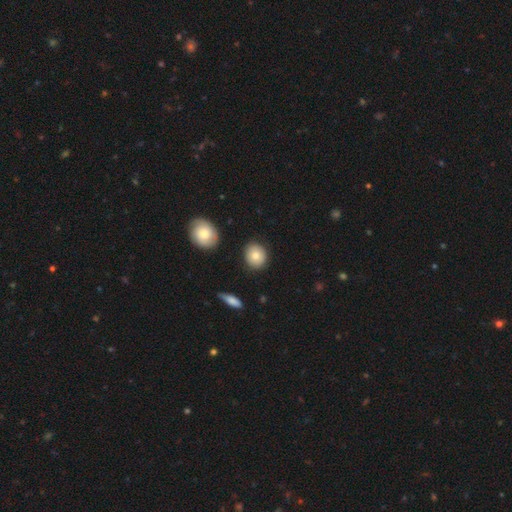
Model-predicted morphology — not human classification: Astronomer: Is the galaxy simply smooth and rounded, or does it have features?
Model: smooth — 79%.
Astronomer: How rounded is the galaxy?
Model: round — 72%.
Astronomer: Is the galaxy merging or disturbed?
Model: none — 87%.